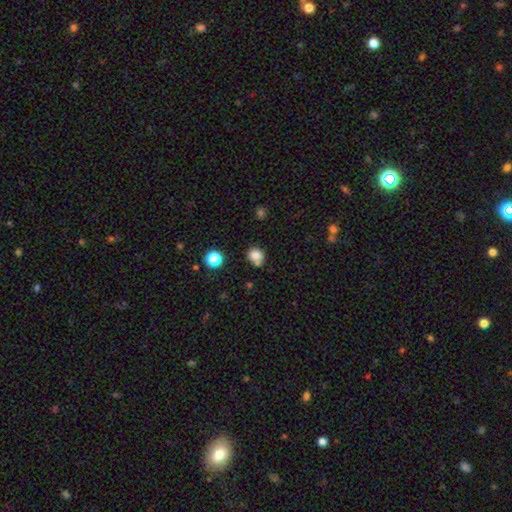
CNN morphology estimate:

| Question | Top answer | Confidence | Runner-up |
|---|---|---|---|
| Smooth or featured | smooth | 78% | star or artifact (13%) |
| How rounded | round | 71% | in between (28%) |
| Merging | none | 53% | merger (26%) |